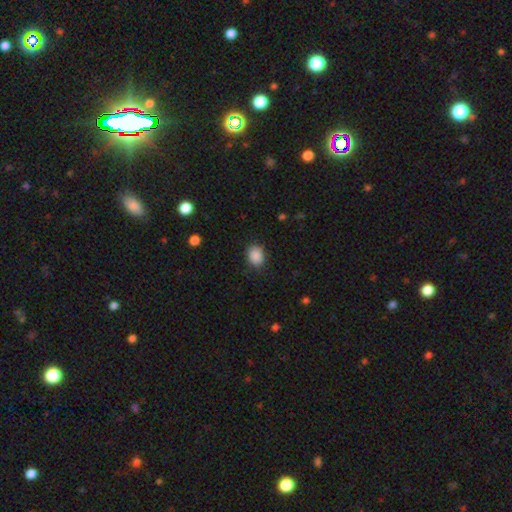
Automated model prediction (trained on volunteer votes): This is clearly a smooth galaxy (88%). How rounded: possibly round (52%). Merging: clearly none (85%).